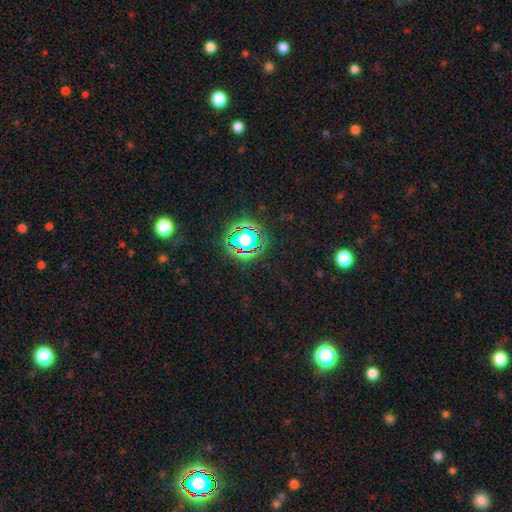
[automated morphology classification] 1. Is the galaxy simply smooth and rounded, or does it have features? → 81% star or artifact, 12% smooth, 7% featured or disk.